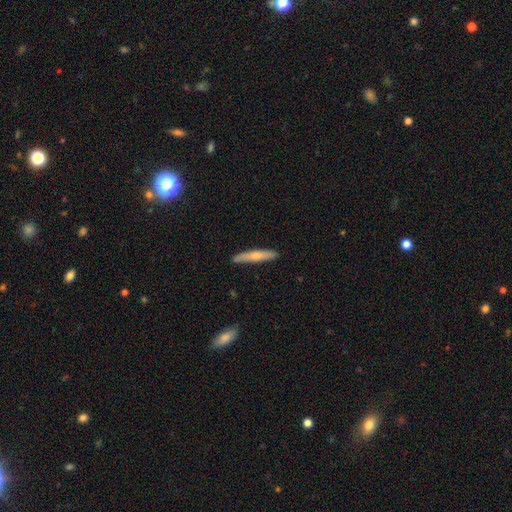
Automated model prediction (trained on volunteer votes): This appears to be a smooth galaxy with no disk features (59%) that is cigar-shaped (91%). Merging: none (88%).